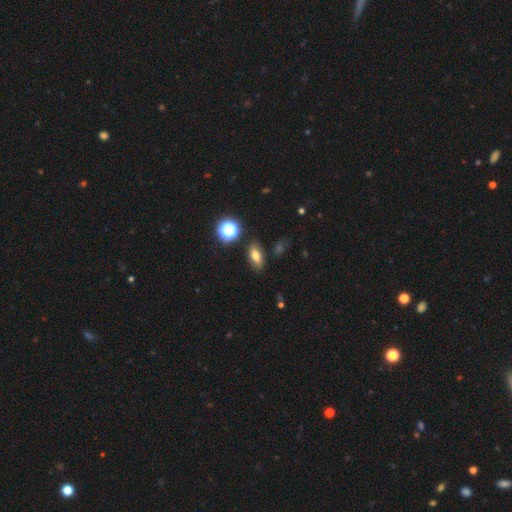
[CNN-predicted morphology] The model was most divided on "smooth or featured": smooth: 69%, featured or disk: 16%, star or artifact: 15%. More confident: merging — none (83%); how rounded — in between (78%).